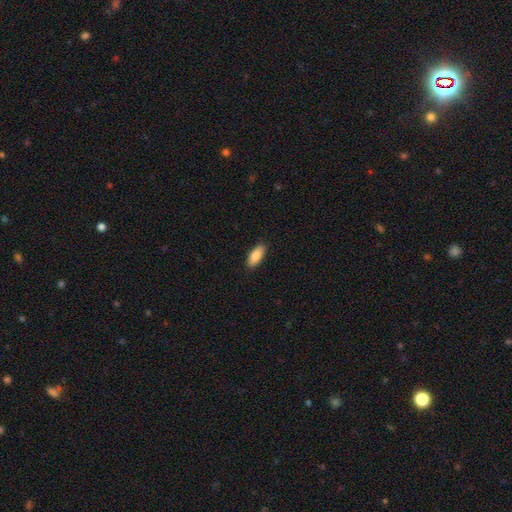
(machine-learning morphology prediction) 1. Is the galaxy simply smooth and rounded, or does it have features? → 87% smooth, 7% featured or disk, 6% star or artifact.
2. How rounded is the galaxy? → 84% in between, 14% cigar-shaped, 2% round.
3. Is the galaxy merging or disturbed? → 89% none, 9% minor disturbance, 2% major disturbance, 1% merger.